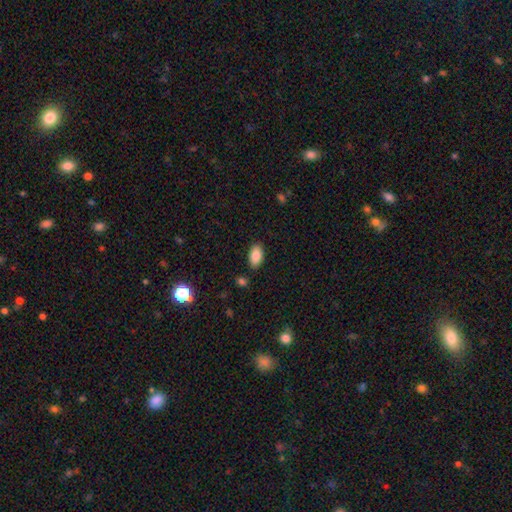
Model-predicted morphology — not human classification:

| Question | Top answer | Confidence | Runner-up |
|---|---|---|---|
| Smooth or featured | smooth | 85% | star or artifact (8%) |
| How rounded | in between | 94% | round (4%) |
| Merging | none | 87% | minor disturbance (9%) |